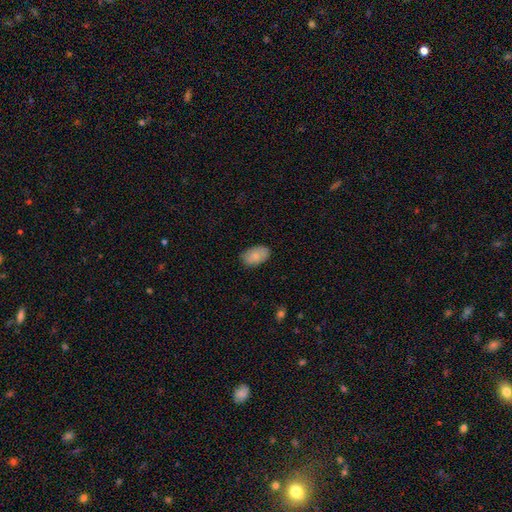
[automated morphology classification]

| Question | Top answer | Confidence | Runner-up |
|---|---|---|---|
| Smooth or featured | smooth | 82% | featured or disk (11%) |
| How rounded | in between | 91% | round (8%) |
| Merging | none | 83% | minor disturbance (13%) |